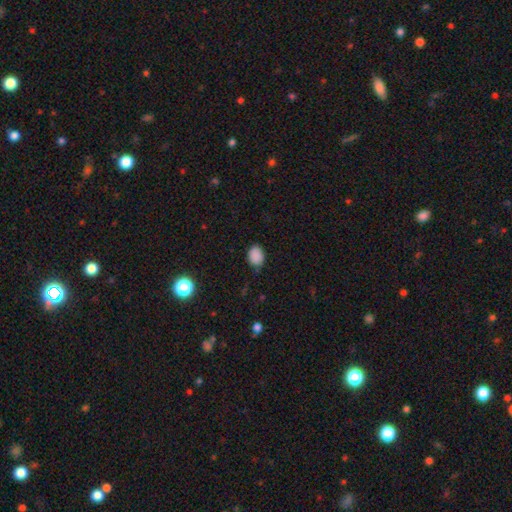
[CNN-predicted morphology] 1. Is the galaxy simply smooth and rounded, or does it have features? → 87% smooth, 10% star or artifact, 3% featured or disk.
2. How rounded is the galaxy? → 69% in between, 30% round, 1% cigar-shaped.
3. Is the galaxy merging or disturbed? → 78% none, 17% minor disturbance, 3% major disturbance, 1% merger.